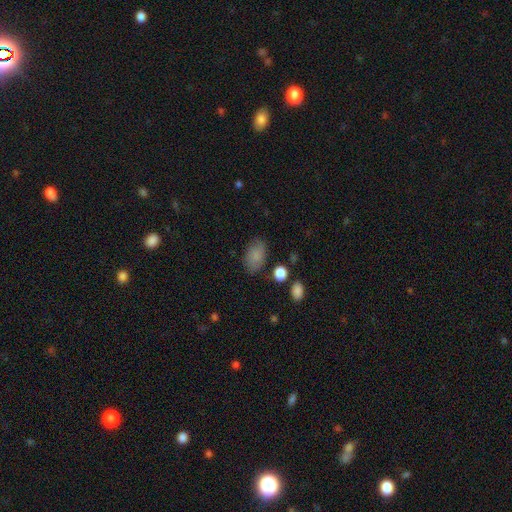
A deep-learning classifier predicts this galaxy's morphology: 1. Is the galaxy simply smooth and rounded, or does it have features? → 82% smooth, 9% star or artifact, 9% featured or disk.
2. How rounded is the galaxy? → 89% in between, 10% round, 1% cigar-shaped.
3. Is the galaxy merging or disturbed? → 78% none, 15% minor disturbance, 5% major disturbance, 3% merger.